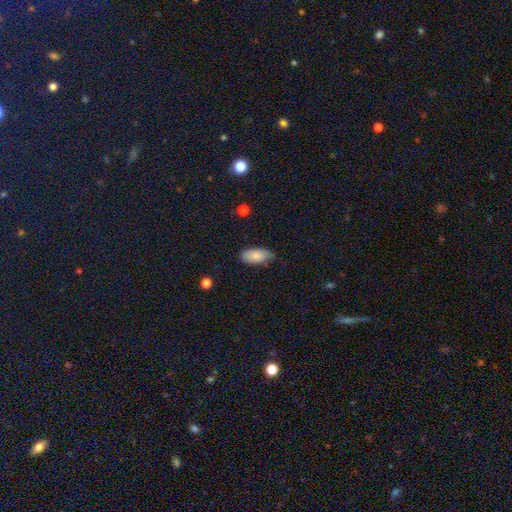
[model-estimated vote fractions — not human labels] smooth-or-featured: smooth: 83% | featured or disk: 11% | star or artifact: 6%
  how-rounded: in between: 92% | cigar-shaped: 6% | round: 2%
  merging: none: 63% | minor disturbance: 30% | major disturbance: 6% | merger: 2%